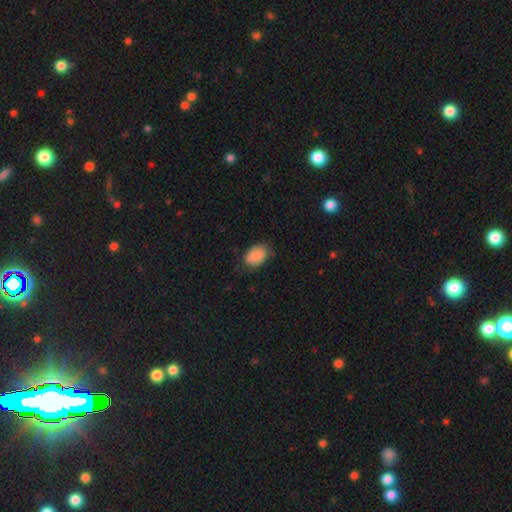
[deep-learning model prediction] Q: Smooth or featured?
A: smooth (88%); runner-up: star or artifact (7%)
Q: How rounded?
A: in between (84%); runner-up: round (15%)
Q: Merging?
A: none (71%); runner-up: minor disturbance (23%)